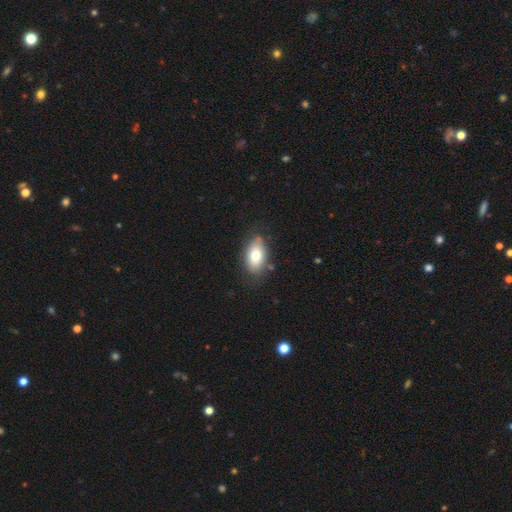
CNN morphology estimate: A smooth galaxy with no disk features (73%) that is in between round and cigar-shaped (90%).

Vote fractions:
- Smooth or featured? smooth: 73% / featured or disk: 19% / star or artifact: 8%
- How rounded? in between: 90% / round: 8% / cigar-shaped: 2%
- Merging? none: 76% / minor disturbance: 17% / major disturbance: 4% / merger: 3%